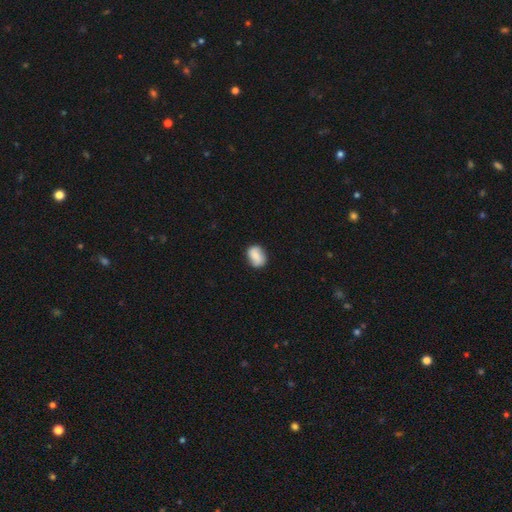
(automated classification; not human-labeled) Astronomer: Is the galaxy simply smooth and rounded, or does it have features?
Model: smooth — 73%.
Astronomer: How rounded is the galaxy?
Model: in between — 65%.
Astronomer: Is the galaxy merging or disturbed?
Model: none — 77%.